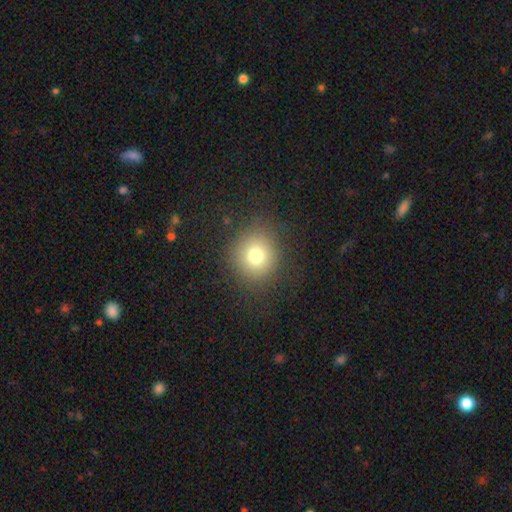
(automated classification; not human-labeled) This appears to be a smooth galaxy with no disk features (75%) that is round (89%). Merging: none (85%).